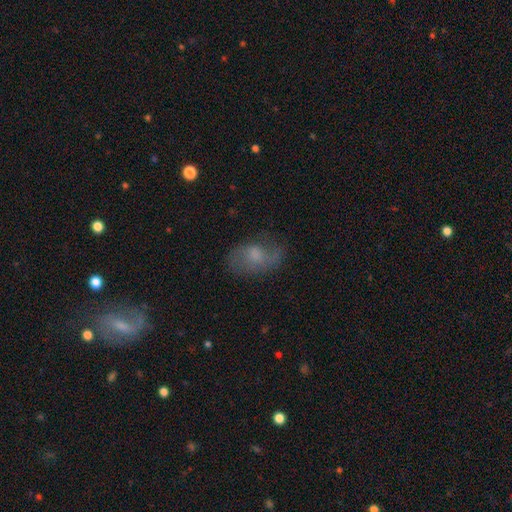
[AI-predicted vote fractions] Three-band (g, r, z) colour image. It shows a featured or disk galaxy (48%). Merging: none (62%).